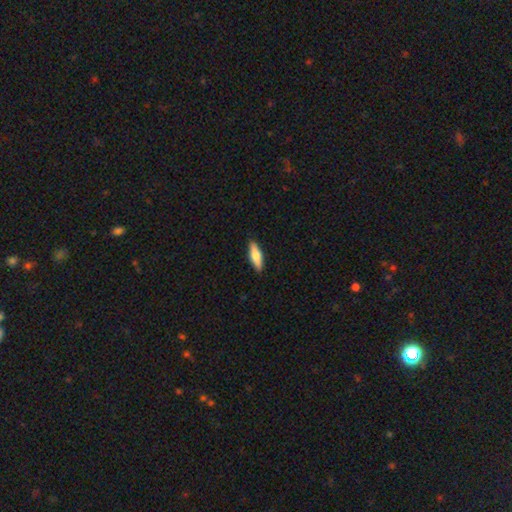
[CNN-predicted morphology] smooth-or-featured: smooth: 66% | featured or disk: 29% | star or artifact: 5%
  how-rounded: cigar-shaped: 54% | in between: 44% | round: 2%
  merging: none: 90% | minor disturbance: 8% | major disturbance: 2% | merger: 1%